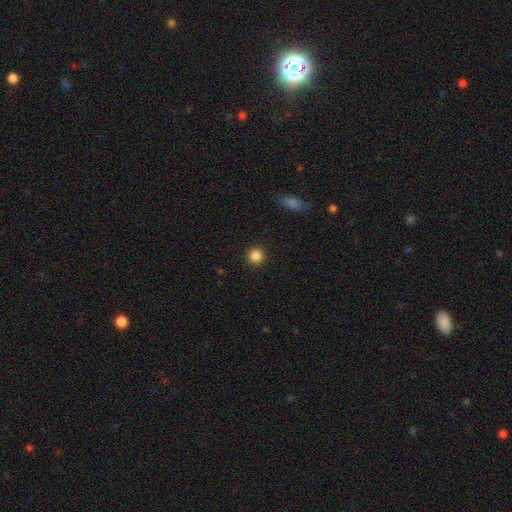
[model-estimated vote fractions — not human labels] smooth_or_featured: smooth (p=0.86) [alt: star or artifact p=0.11]
how_rounded: round (p=0.94) [alt: in between p=0.05]
merging: none (p=0.92) [alt: minor disturbance p=0.05]